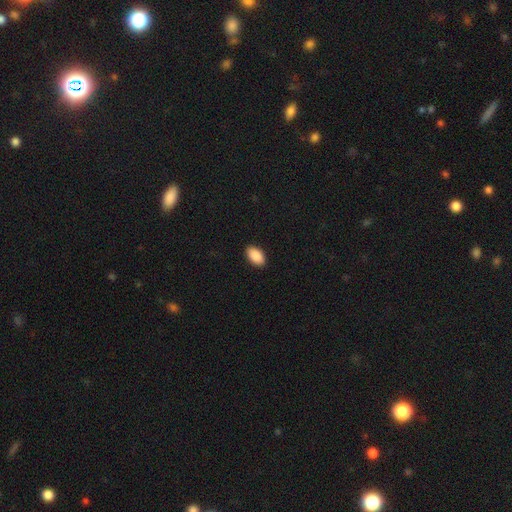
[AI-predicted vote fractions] Overall: smooth (90%). How rounded: in between (94%). Merging: none (90%).